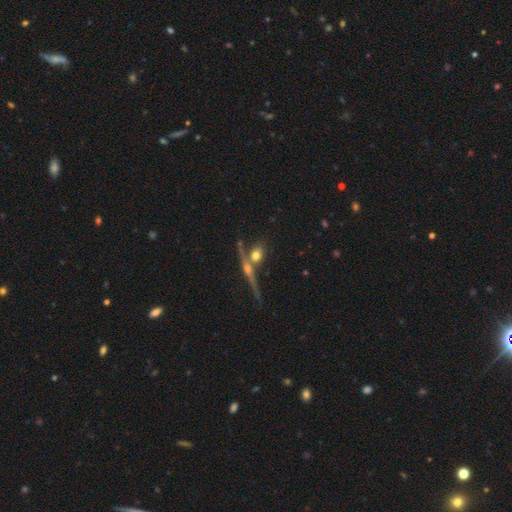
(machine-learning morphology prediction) Q: Smooth or featured?
A: smooth (52%); runner-up: featured or disk (37%)
Q: How rounded?
A: round (52%); runner-up: in between (35%)
Q: Merging?
A: none (53%); runner-up: merger (30%)